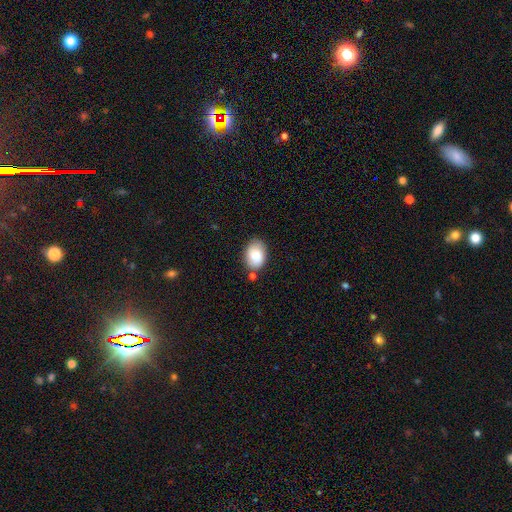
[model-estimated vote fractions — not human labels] Smooth or featured? Predicted: smooth (p=0.82). How rounded? Predicted: in between (p=0.81). Merging? Predicted: none (p=0.73).